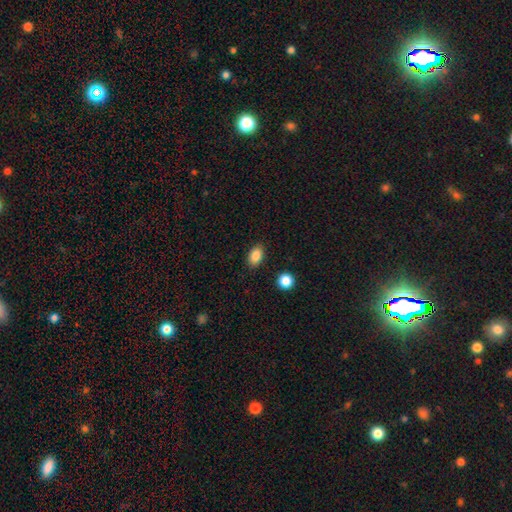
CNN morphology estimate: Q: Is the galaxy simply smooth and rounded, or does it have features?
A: smooth — 86%.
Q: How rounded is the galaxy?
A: in between — 86%.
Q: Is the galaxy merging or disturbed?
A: none — 87%.